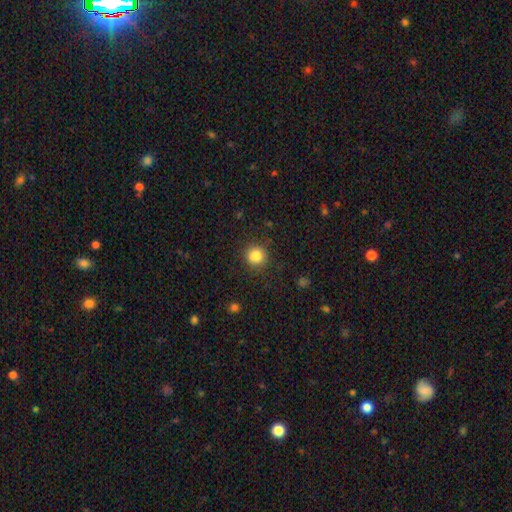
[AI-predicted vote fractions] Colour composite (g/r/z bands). It shows a smooth galaxy with no disk features (84%) that is round (89%). Merging: none (86%).